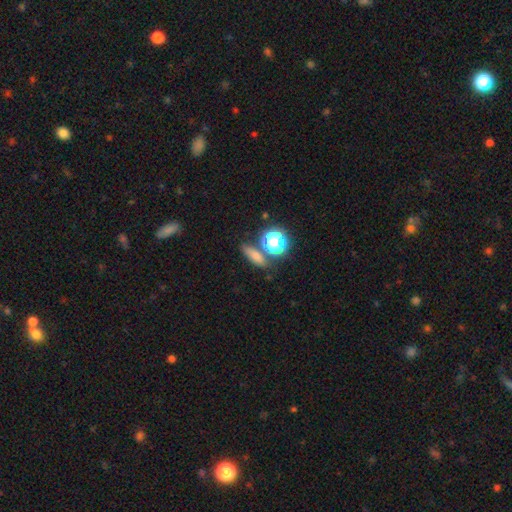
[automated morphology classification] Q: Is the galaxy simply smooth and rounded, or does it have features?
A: smooth — 68%.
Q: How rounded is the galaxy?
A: in between — 42%.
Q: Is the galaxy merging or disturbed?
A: none — 69%.